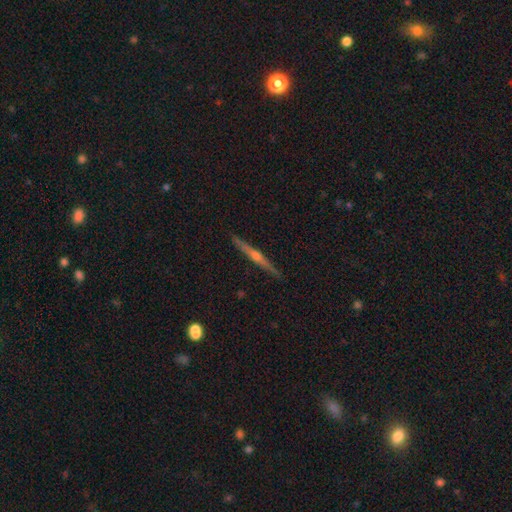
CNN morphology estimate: smooth_or_featured: featured or disk (p=0.80) [alt: smooth p=0.14]
disk_edge_on: yes (p=0.98) [alt: no p=0.02]
edge_on_bulge: rounded (p=0.88) [alt: none p=0.08]
merging: none (p=0.92) [alt: minor disturbance p=0.06]